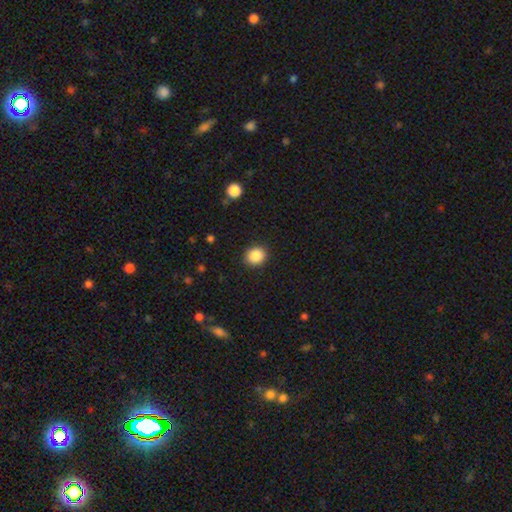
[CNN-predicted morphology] type=smooth (87%); roundness=round (76%); merging=none (90%).